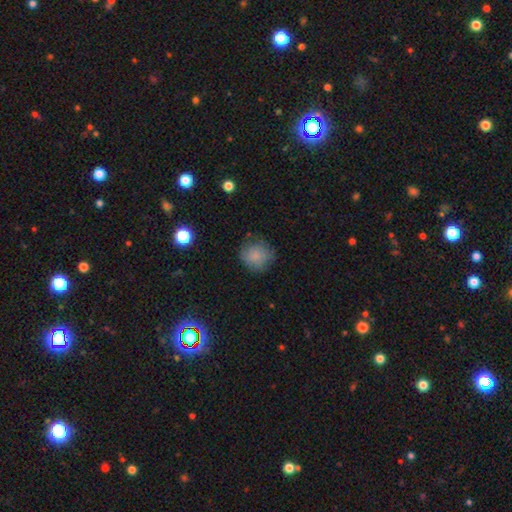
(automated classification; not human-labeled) The model was most divided on "merging": none: 73%, minor disturbance: 19%, major disturbance: 6%, merger: 1%. More confident: how rounded — round (89%); smooth or featured — smooth (78%).